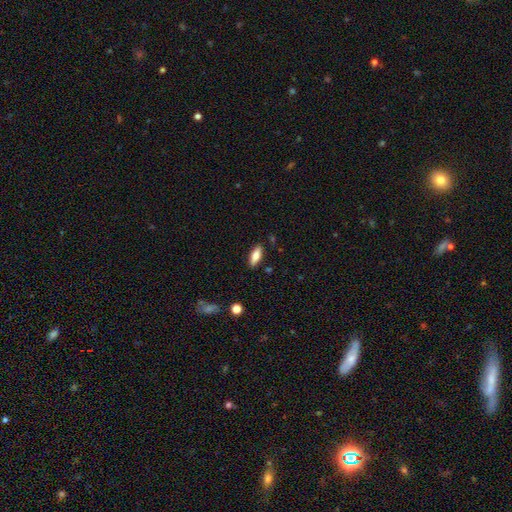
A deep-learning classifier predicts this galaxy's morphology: The model was most divided on "how rounded": in between: 67%, cigar-shaped: 31%, round: 2%. More confident: merging — none (87%); smooth or featured — smooth (74%).